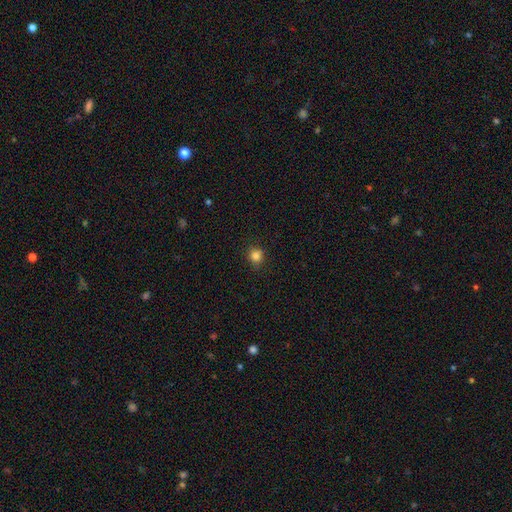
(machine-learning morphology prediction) Smooth or featured? Predicted: smooth (p=0.83). How rounded? Predicted: round (p=0.89). Merging? Predicted: none (p=0.89).